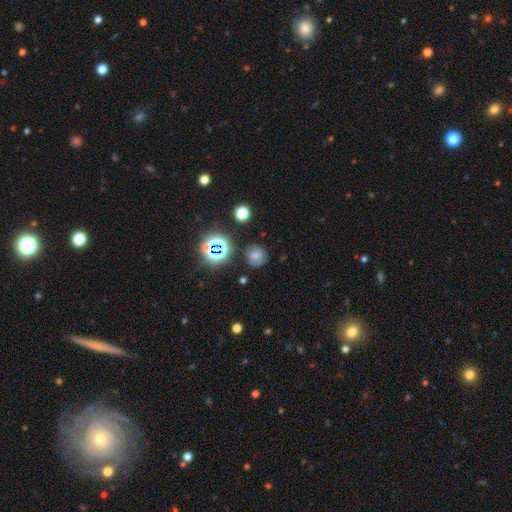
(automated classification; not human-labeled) This appears to be a smooth galaxy with no disk features (65%) that is round (88%). Merging: none (78%).